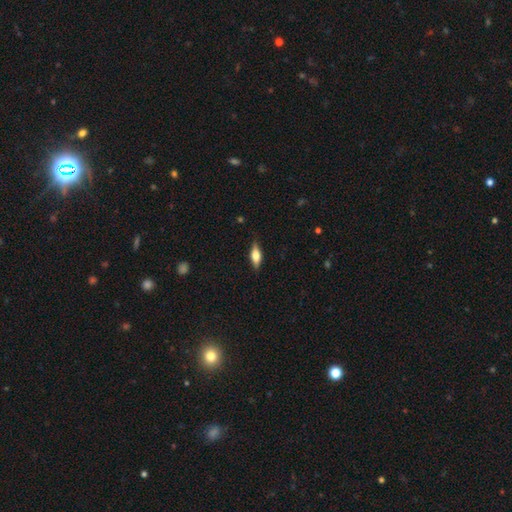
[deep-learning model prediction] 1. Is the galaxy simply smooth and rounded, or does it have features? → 55% smooth, 38% featured or disk, 7% star or artifact.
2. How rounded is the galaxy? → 64% in between, 32% cigar-shaped, 3% round.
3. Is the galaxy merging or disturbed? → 85% none, 12% minor disturbance, 2% major disturbance, 1% merger.